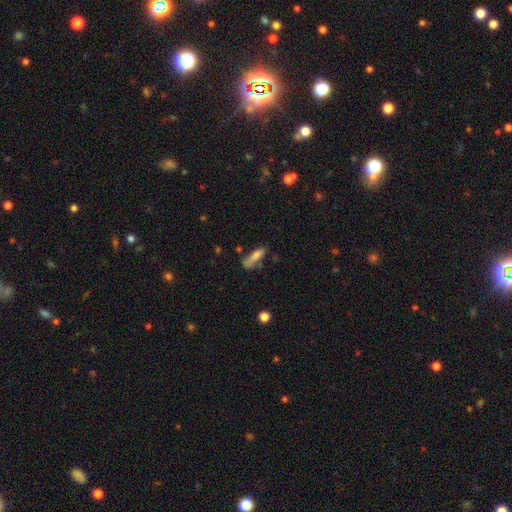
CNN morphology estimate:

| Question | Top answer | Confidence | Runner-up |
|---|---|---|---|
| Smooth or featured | smooth | 73% | featured or disk (18%) |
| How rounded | cigar-shaped | 60% | in between (38%) |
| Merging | none | 50% | minor disturbance (27%) |